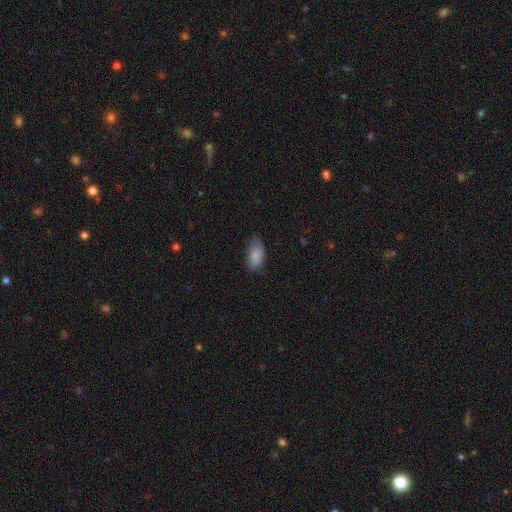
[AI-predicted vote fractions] Smooth or featured? smooth (86%)
How rounded? in between (93%)
Merging? none (70%)